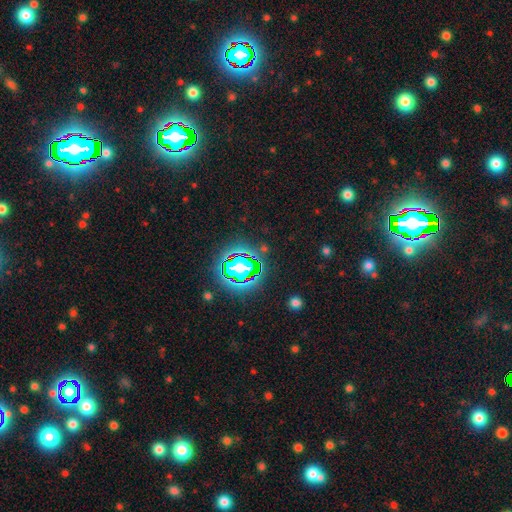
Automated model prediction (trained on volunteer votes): Smooth or featured?
  - star or artifact: 80% *
  - smooth: 12%
  - featured or disk: 8%